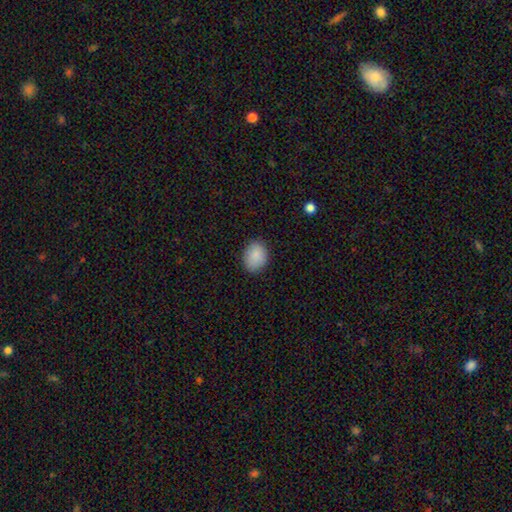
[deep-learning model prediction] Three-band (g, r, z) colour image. It shows a smooth galaxy with no disk features (87%) that is in between round and cigar-shaped (62%). Merging: none (85%).